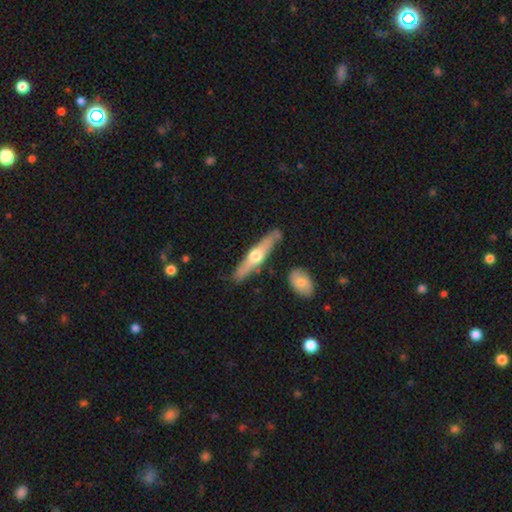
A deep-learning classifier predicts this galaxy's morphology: Overall: featured or disk (60%; smooth 35%). Edge-on disk: yes (92%). Edge-on bulge: rounded (94%). Merging: none (79%).